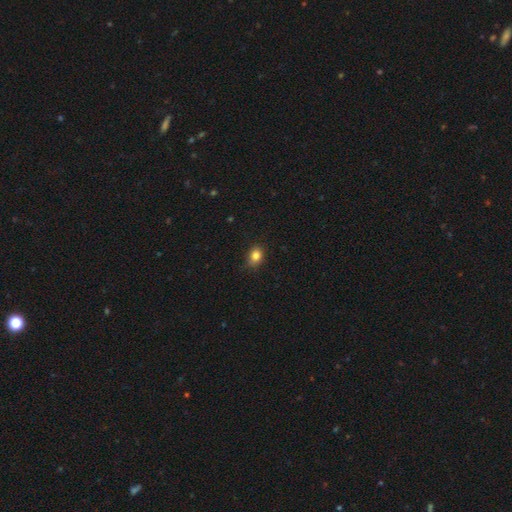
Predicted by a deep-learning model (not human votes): This appears to be a smooth galaxy with no disk features (83%) that is in between round and cigar-shaped (58%). Merging: none (75%).